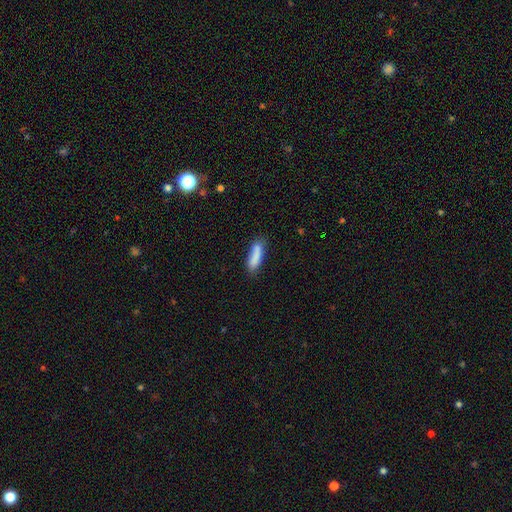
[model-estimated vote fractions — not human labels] This is clearly a smooth galaxy (83%). How rounded: possibly cigar-shaped (59%). Merging: likely none (67%).